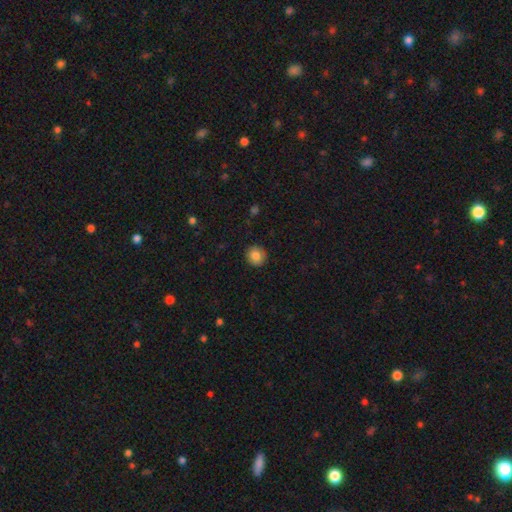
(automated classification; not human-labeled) A smooth galaxy with no disk features (85%) that is round (88%). Merging: none (91%).